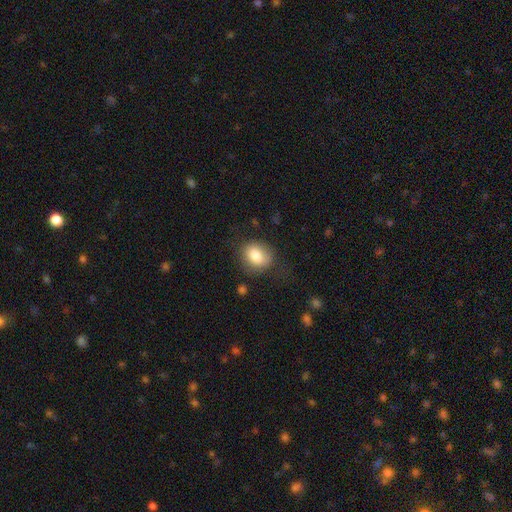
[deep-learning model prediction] Smooth or featured: smooth — 83% (featured or disk — 9%)
How rounded: round — 50% (in between — 49%)
Merging: none — 70% (minor disturbance — 20%)